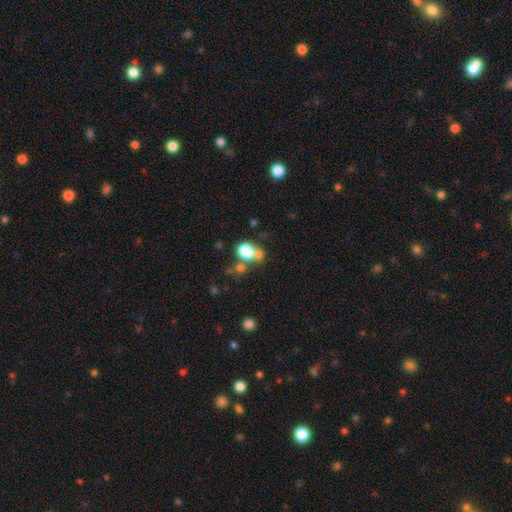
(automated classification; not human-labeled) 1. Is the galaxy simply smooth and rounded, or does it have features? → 53% smooth, 28% star or artifact, 19% featured or disk.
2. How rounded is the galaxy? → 51% in between, 43% round, 6% cigar-shaped.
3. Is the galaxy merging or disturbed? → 47% none, 31% merger, 13% minor disturbance, 10% major disturbance.